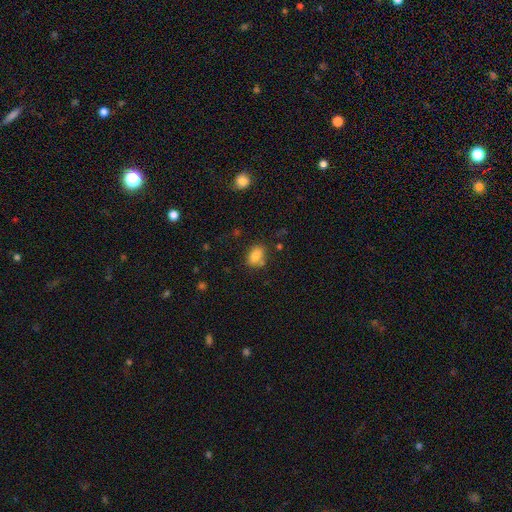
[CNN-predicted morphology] smooth 81%, star or artifact 10%, featured or disk 9%. Down the decision tree: how rounded — in between (80%); merging — none (70%).